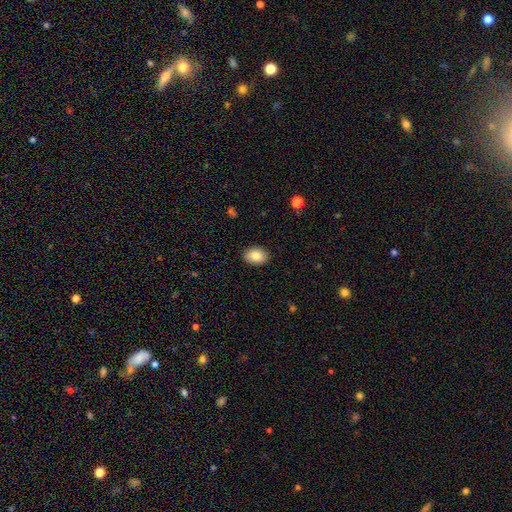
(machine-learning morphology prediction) A smooth galaxy with no disk features (85%) that is in between round and cigar-shaped (78%). Merging: none (89%).